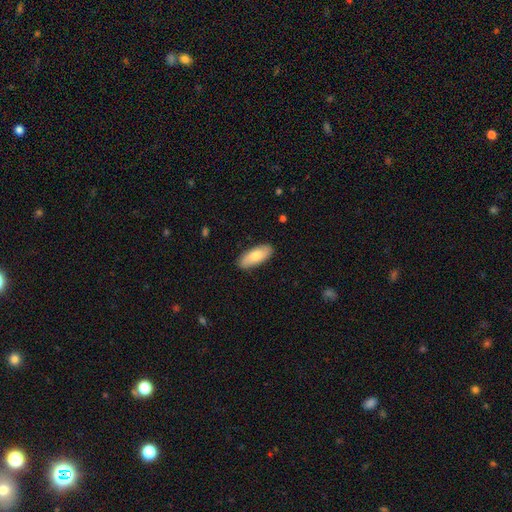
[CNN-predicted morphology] smooth_or_featured: smooth (p=0.76) [alt: featured or disk p=0.19]
how_rounded: in between (p=0.82) [alt: cigar-shaped p=0.16]
merging: none (p=0.88) [alt: minor disturbance p=0.09]